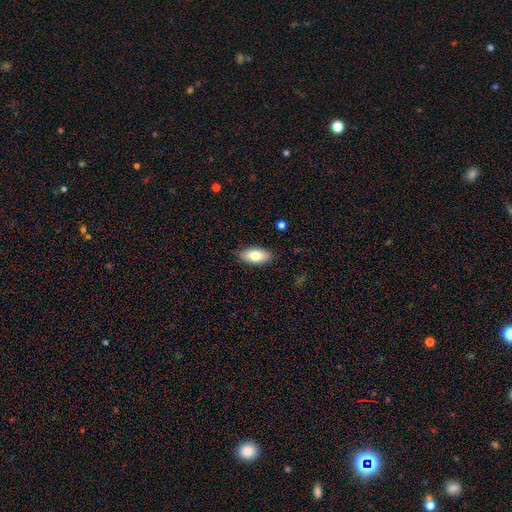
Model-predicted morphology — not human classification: Smooth or featured: smooth — 78% (featured or disk — 16%)
How rounded: in between — 91% (cigar-shaped — 6%)
Merging: none — 86% (minor disturbance — 11%)